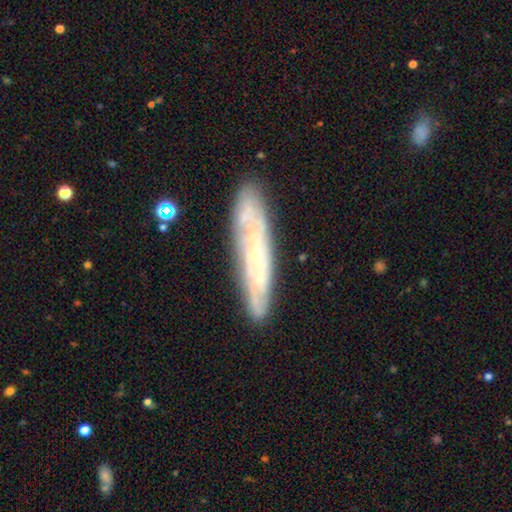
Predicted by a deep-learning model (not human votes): Smooth or featured? Predicted: featured or disk (p=0.70). Edge-on disk? Predicted: no (p=0.58). Merging? Predicted: none (p=0.83).